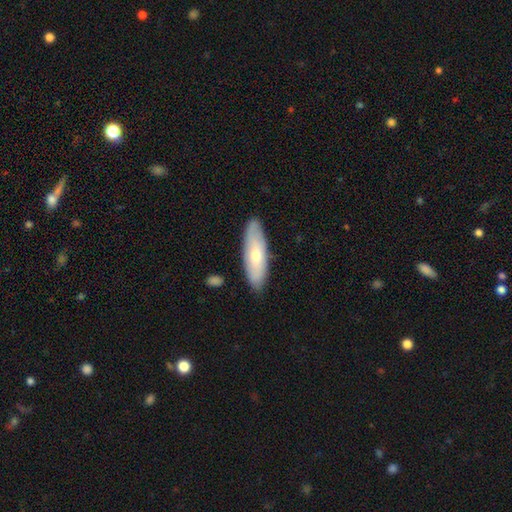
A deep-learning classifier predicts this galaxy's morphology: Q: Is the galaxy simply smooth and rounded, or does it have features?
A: smooth — 58%.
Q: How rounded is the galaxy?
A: in between — 54%.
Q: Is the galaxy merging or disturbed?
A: none — 84%.